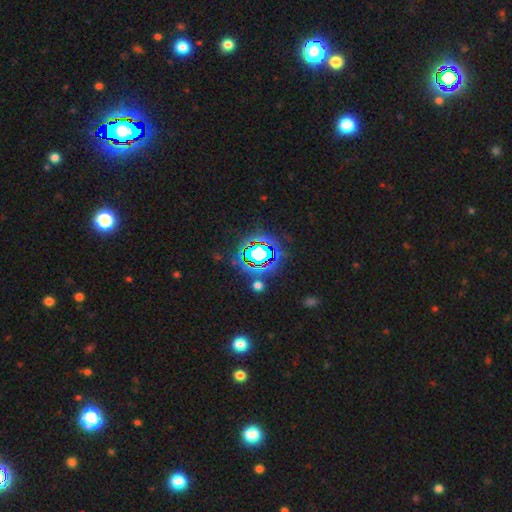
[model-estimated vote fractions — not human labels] This appears to be a star or artifact, not a galaxy (69%).